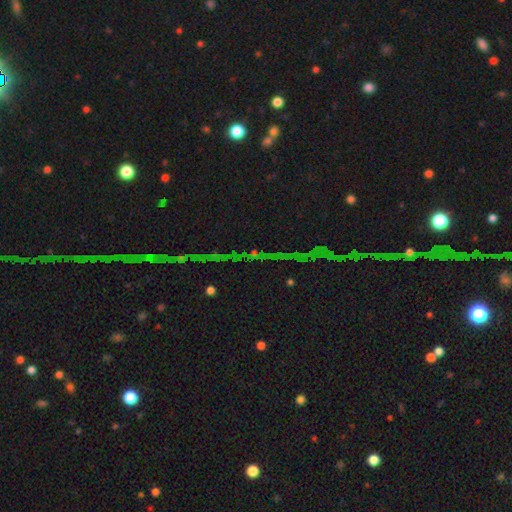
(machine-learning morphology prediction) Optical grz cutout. It shows a star or artifact, not a galaxy (83%).